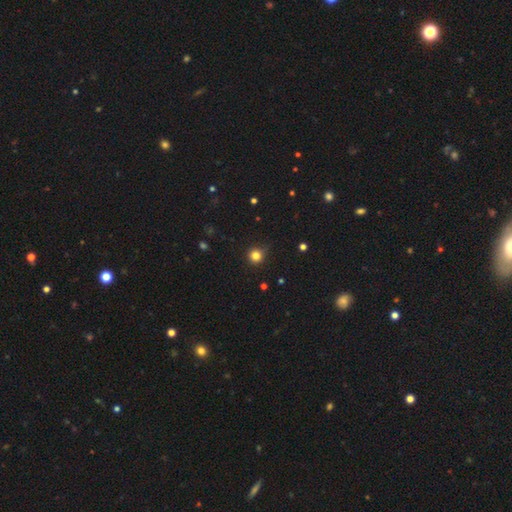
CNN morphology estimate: This is clearly a smooth galaxy (81%). How rounded: clearly round (94%). Merging: clearly none (84%).